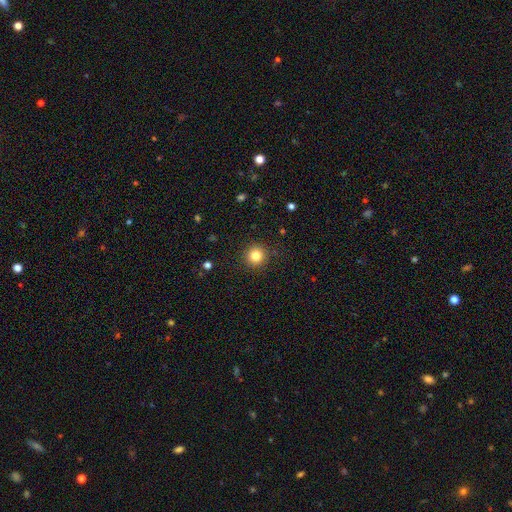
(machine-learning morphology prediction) smooth 82%, star or artifact 12%, featured or disk 6%. Down the decision tree: how rounded — round (94%); merging — none (90%).